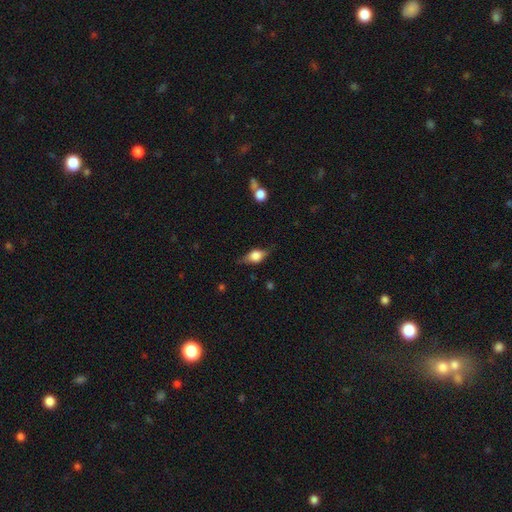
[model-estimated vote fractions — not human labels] A smooth galaxy with no disk features (49%).

Vote fractions:
- Smooth or featured? smooth: 49% / featured or disk: 43% / star or artifact: 9%
- Merging? none: 73% / minor disturbance: 20% / major disturbance: 6% / merger: 2%